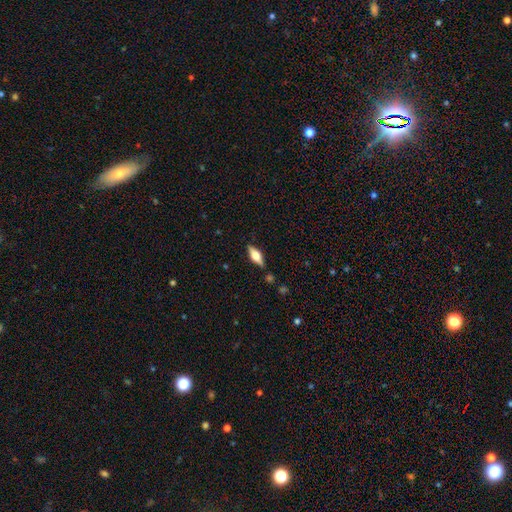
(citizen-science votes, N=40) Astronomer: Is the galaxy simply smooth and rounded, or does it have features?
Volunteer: featured or disk — 75%.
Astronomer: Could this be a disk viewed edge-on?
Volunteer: yes — 90%.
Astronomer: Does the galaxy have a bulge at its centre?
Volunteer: rounded — 85%.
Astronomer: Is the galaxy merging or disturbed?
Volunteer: none — 92%.